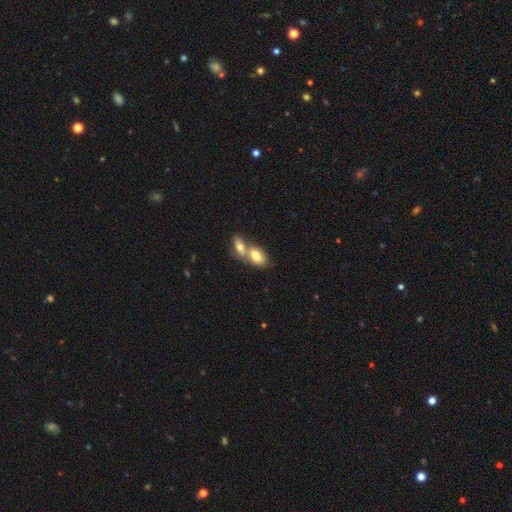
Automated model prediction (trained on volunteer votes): Smooth or featured? smooth (75%)
How rounded? in between (88%)
Merging? merger (66%)